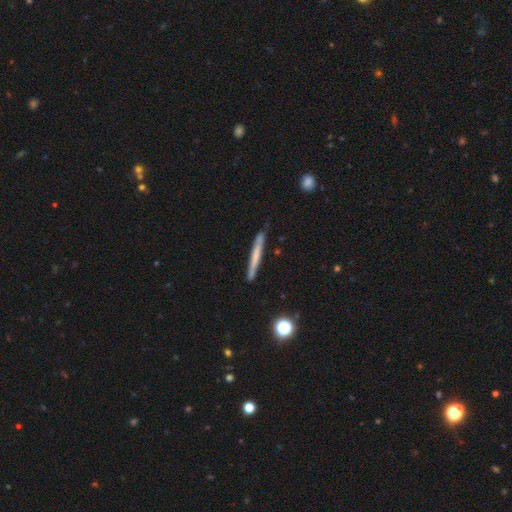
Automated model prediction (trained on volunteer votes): smooth_or_featured: smooth (p=0.55) [alt: featured or disk p=0.39]
how_rounded: cigar-shaped (p=0.96) [alt: in between p=0.02]
merging: none (p=0.85) [alt: minor disturbance p=0.12]